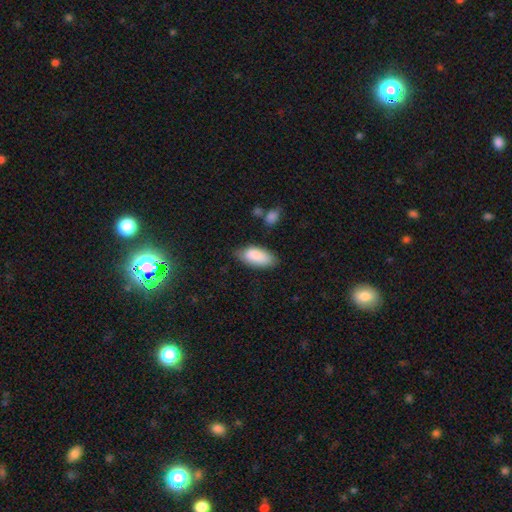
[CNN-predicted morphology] This appears to be a smooth galaxy with no disk features (88%) that is in between round and cigar-shaped (90%). Merging: none (74%).